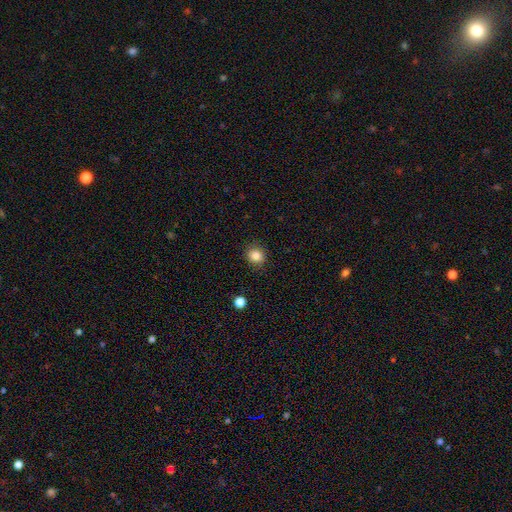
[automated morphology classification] A smooth galaxy with no disk features (85%) that is round (81%). Merging: none (87%).